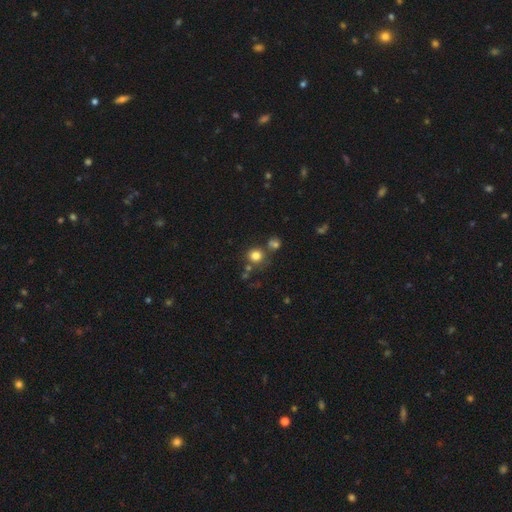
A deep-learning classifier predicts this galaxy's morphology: Q: Smooth or featured?
A: smooth (78%); runner-up: star or artifact (15%)
Q: How rounded?
A: round (89%); runner-up: in between (10%)
Q: Merging?
A: none (68%); runner-up: merger (17%)